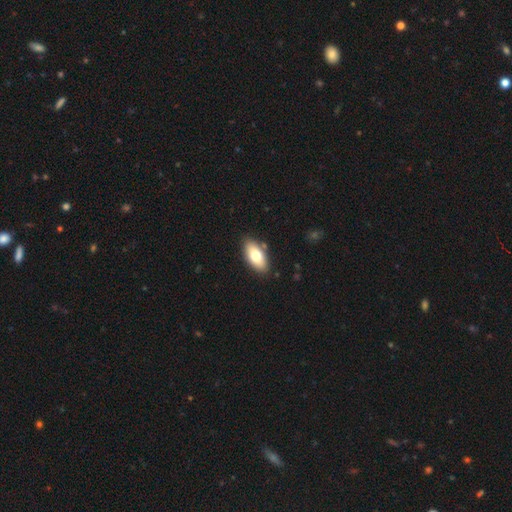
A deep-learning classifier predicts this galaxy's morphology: Smooth or featured? Predicted: smooth (p=0.73). How rounded? Predicted: in between (p=0.90). Merging? Predicted: none (p=0.85).